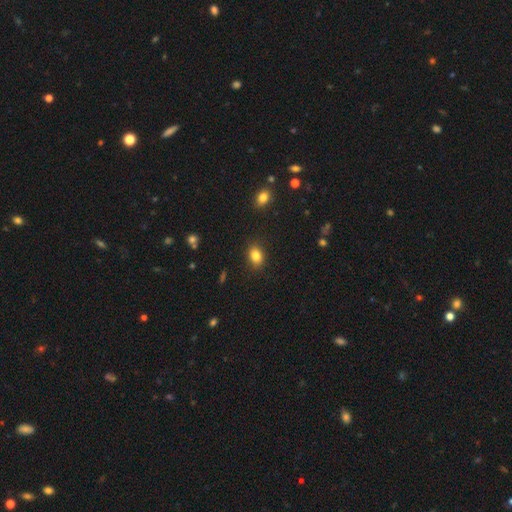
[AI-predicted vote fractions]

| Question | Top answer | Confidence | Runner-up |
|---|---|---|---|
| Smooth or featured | smooth | 83% | star or artifact (10%) |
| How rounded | in between | 69% | round (29%) |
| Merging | none | 87% | minor disturbance (9%) |